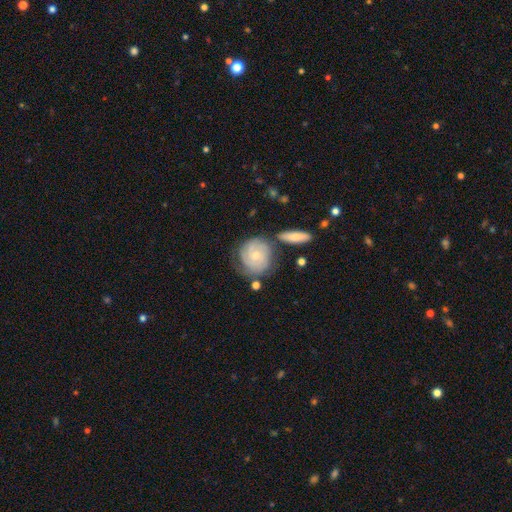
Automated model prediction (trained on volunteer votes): Overall: featured or disk (63%; smooth 30%). Edge-on disk: no (97%). Bar: no (77%). Spiral arms: yes (88%). Spiral arm count: can't tell (42%; 2 26%). Spiral winding: tight (71%). Bulge size: small (60%; moderate 35%). Merging: none (64%).